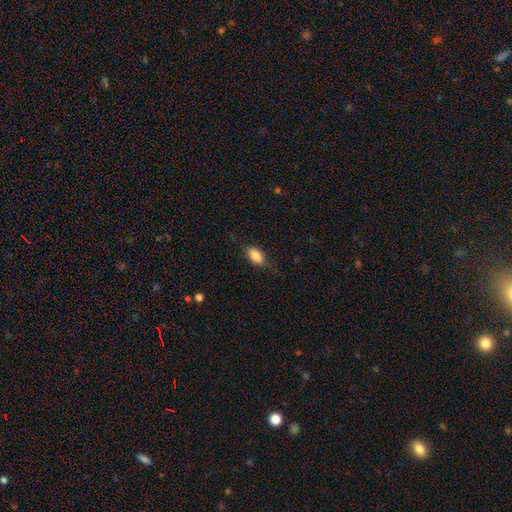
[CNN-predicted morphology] Q: Smooth or featured?
A: smooth (84%); runner-up: featured or disk (9%)
Q: How rounded?
A: in between (91%); runner-up: round (6%)
Q: Merging?
A: none (76%); runner-up: minor disturbance (17%)